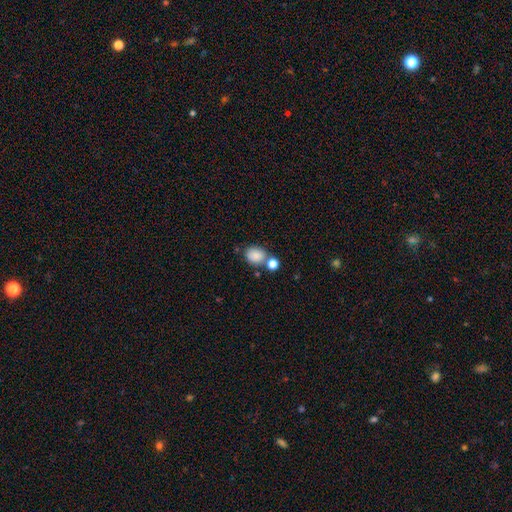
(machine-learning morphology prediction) Smooth or featured? Predicted: smooth (p=0.85). How rounded? Predicted: round (p=0.52). Merging? Predicted: none (p=0.58).